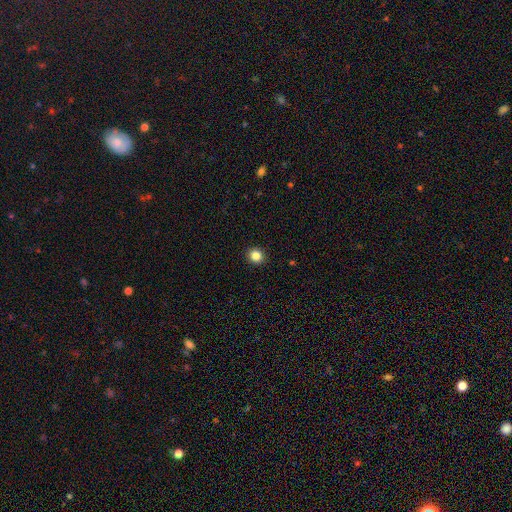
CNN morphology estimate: smooth_or_featured: smooth (p=0.85) [alt: star or artifact p=0.11]
how_rounded: round (p=0.90) [alt: in between p=0.09]
merging: none (p=0.93) [alt: minor disturbance p=0.05]